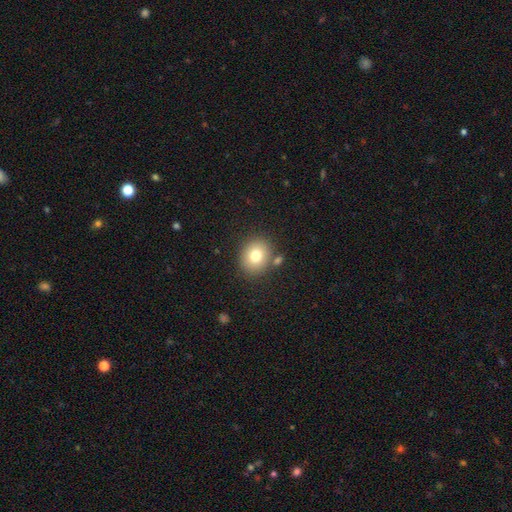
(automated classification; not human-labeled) smooth 77%, featured or disk 12%, star or artifact 11%. Down the decision tree: how rounded — round (65%); merging — none (80%).